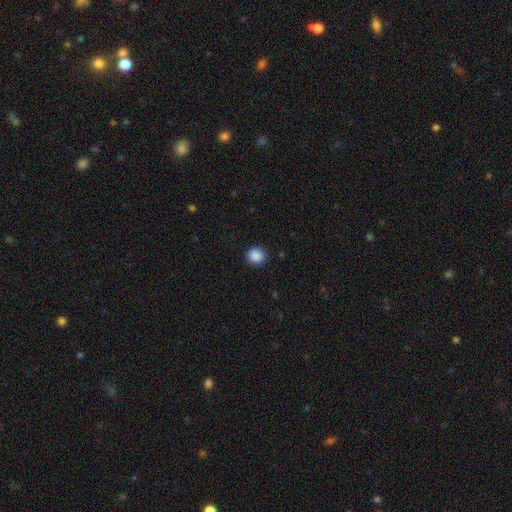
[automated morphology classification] Q: Smooth or featured?
A: smooth (88%); runner-up: star or artifact (9%)
Q: How rounded?
A: round (89%); runner-up: in between (10%)
Q: Merging?
A: none (90%); runner-up: minor disturbance (7%)